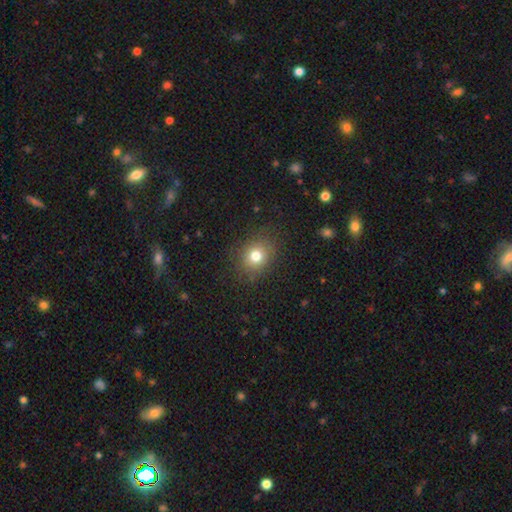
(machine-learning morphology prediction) Smooth or featured? smooth (77%)
How rounded? round (69%)
Merging? none (84%)